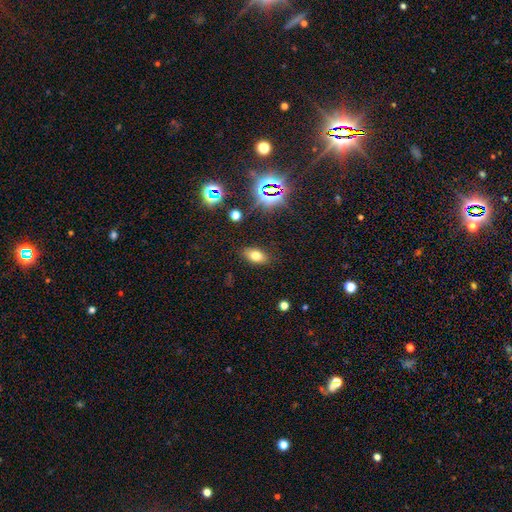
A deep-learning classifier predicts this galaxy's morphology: The model was most divided on "smooth or featured": smooth: 70%, star or artifact: 17%, featured or disk: 12%. More confident: how rounded — in between (87%); merging — none (86%).